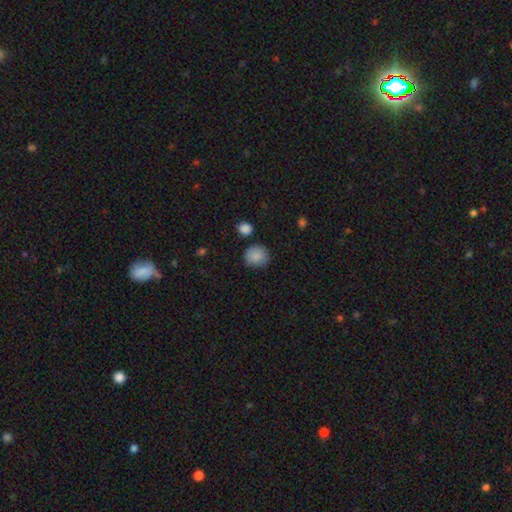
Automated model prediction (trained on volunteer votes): smooth-or-featured: smooth: 86% | star or artifact: 8% | featured or disk: 6%
  how-rounded: round: 82% | in between: 17% | cigar-shaped: 1%
  merging: none: 78% | minor disturbance: 15% | major disturbance: 4% | merger: 4%